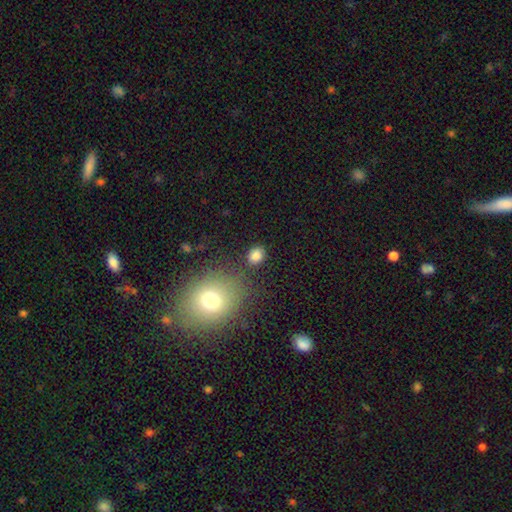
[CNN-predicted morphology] The model was most divided on "how rounded": round: 62%, in between: 37%, cigar-shaped: 1%. More confident: smooth or featured — smooth (83%); merging — none (81%).